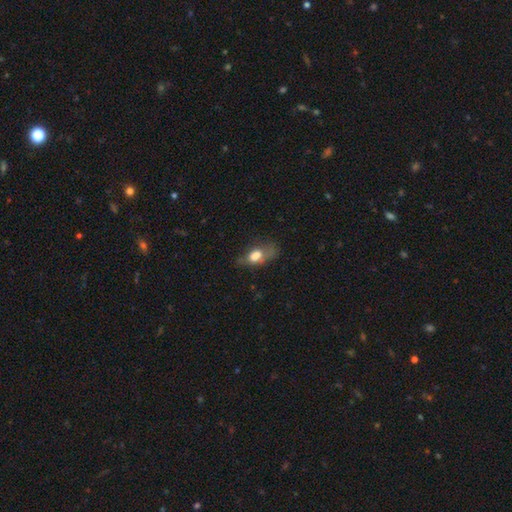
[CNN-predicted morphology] A smooth galaxy with no disk features (69%) that is in between round and cigar-shaped (81%). Merging: none (37%).